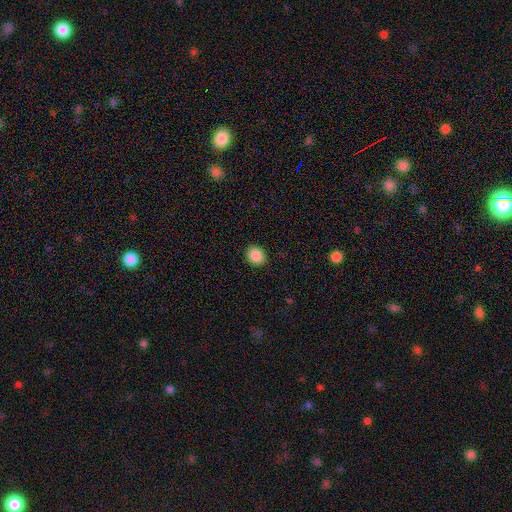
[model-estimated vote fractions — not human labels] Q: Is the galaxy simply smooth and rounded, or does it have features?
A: smooth — 88%.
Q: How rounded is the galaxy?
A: round — 70%.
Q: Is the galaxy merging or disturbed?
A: none — 90%.